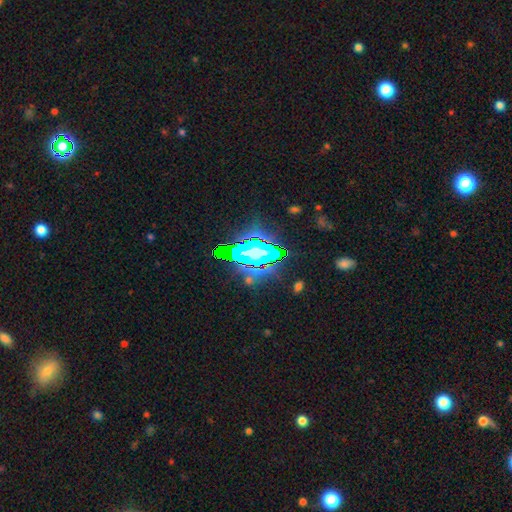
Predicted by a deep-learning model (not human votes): Smooth or featured? star or artifact (70%)